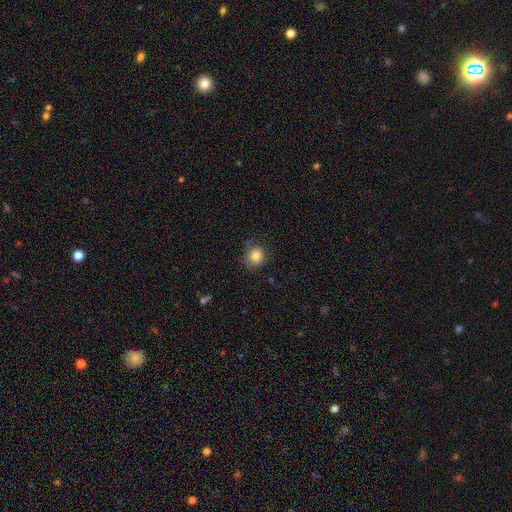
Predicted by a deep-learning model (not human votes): Overall: smooth (84%). How rounded: round (83%). Merging: none (77%).